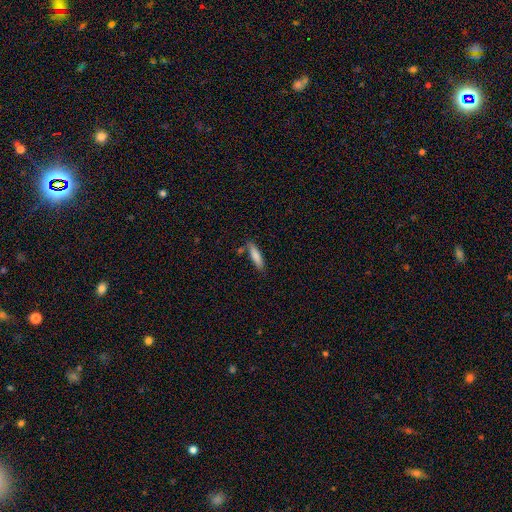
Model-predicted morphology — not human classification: A smooth galaxy with no disk features (81%) that is cigar-shaped (73%). Merging: none (76%).